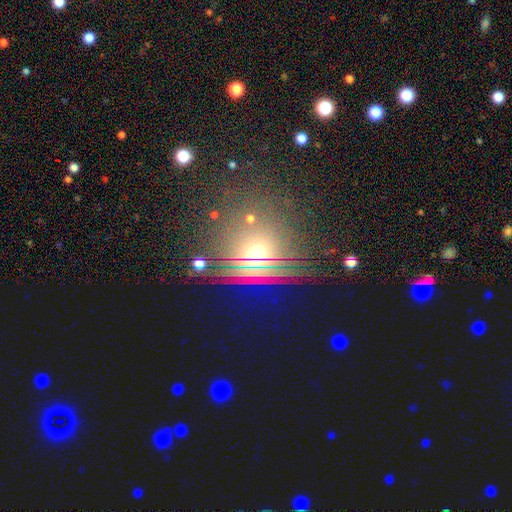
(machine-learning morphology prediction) A star or artifact, not a galaxy (49%).

Vote fractions:
- Smooth or featured? star or artifact: 49% / smooth: 38% / featured or disk: 13%